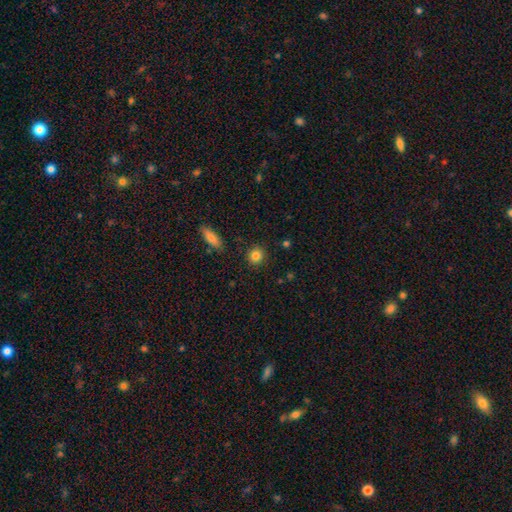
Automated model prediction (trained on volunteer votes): Smooth or featured?
  - smooth: 83% *
  - star or artifact: 10%
  - featured or disk: 7%
How rounded?
  - round: 87% *
  - in between: 12%
  - cigar-shaped: 1%
Merging?
  - none: 90% *
  - minor disturbance: 6%
  - major disturbance: 2%
  - merger: 2%